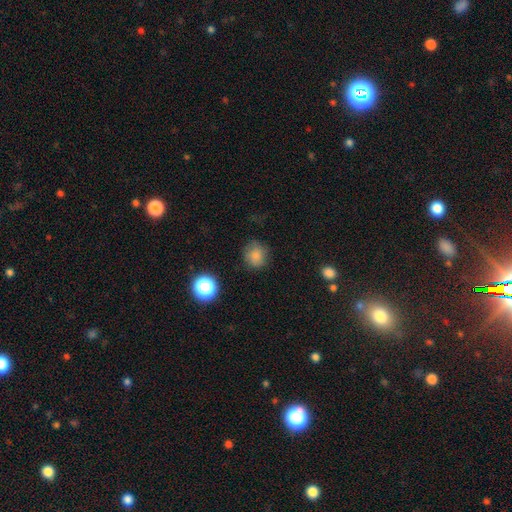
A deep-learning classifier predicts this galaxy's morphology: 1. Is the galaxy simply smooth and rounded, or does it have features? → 80% smooth, 14% star or artifact, 6% featured or disk.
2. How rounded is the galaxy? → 87% round, 12% in between, 1% cigar-shaped.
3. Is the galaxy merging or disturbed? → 78% none, 15% minor disturbance, 5% major disturbance, 2% merger.